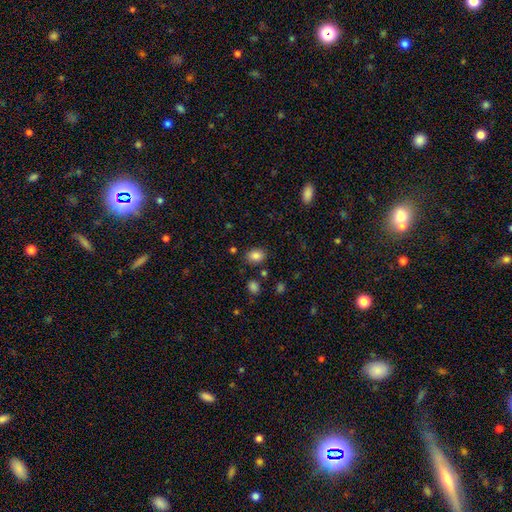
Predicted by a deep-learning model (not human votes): smooth_or_featured: smooth (p=0.84) [alt: star or artifact p=0.10]
how_rounded: in between (p=0.62) [alt: round p=0.37]
merging: none (p=0.82) [alt: minor disturbance p=0.11]